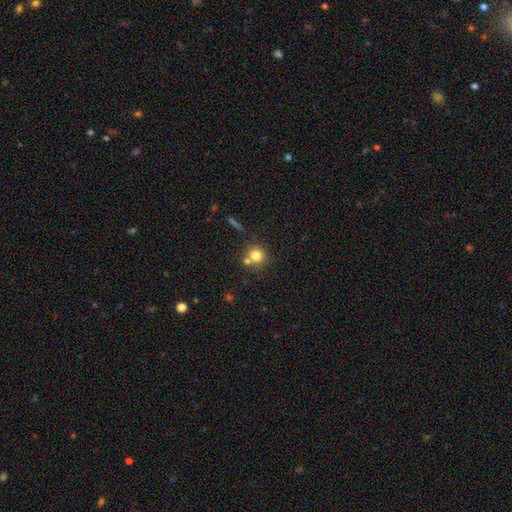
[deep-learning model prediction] smooth 78%, star or artifact 12%, featured or disk 10%. Down the decision tree: how rounded — round (89%); merging — none (61%).